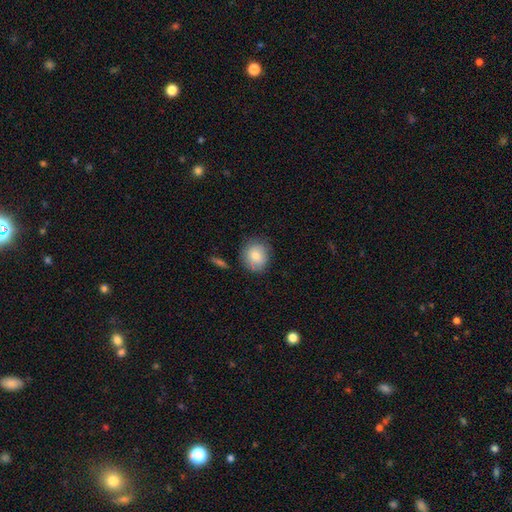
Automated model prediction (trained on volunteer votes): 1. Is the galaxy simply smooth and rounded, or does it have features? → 81% smooth, 12% featured or disk, 8% star or artifact.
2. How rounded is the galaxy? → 80% round, 19% in between, 1% cigar-shaped.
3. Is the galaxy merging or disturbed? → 76% none, 17% minor disturbance, 4% major disturbance, 3% merger.